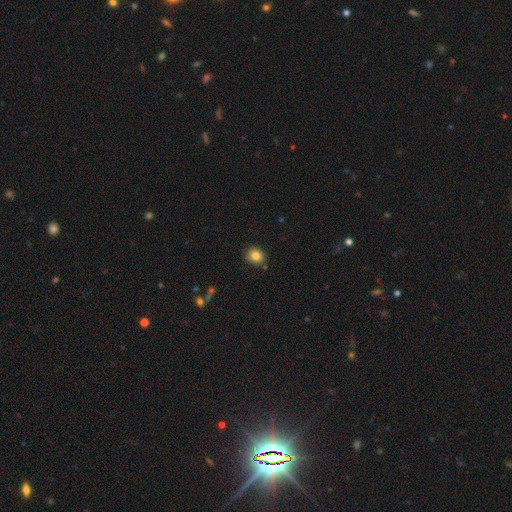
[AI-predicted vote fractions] Morphology: type=smooth (83%); roundness=round (74%); merging=none (85%).